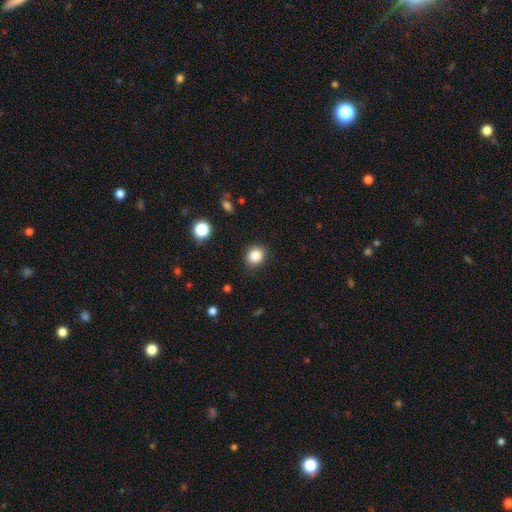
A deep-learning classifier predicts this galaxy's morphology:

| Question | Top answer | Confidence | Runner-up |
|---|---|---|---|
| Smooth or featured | smooth | 86% | star or artifact (10%) |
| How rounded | round | 70% | in between (30%) |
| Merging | none | 86% | minor disturbance (10%) |